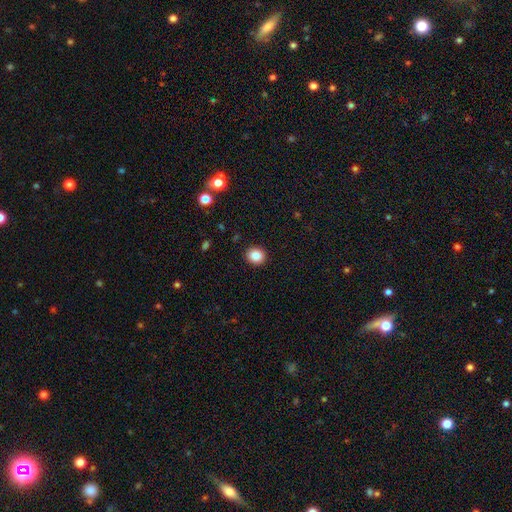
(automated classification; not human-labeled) Smooth or featured: smooth — 87% (star or artifact — 9%)
How rounded: round — 77% (in between — 23%)
Merging: none — 91% (minor disturbance — 6%)